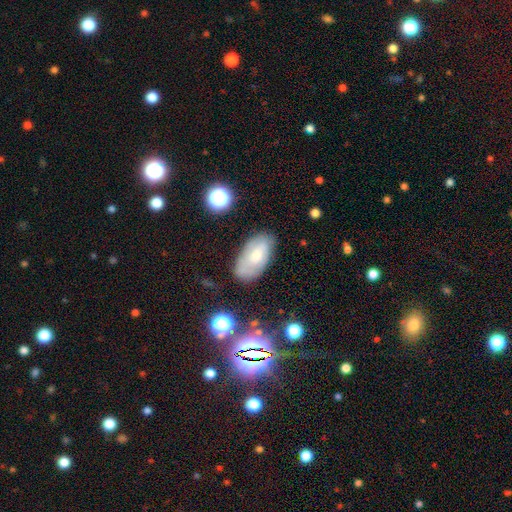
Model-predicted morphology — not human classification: type=smooth (59%); roundness=in between (94%); merging=none (69%).